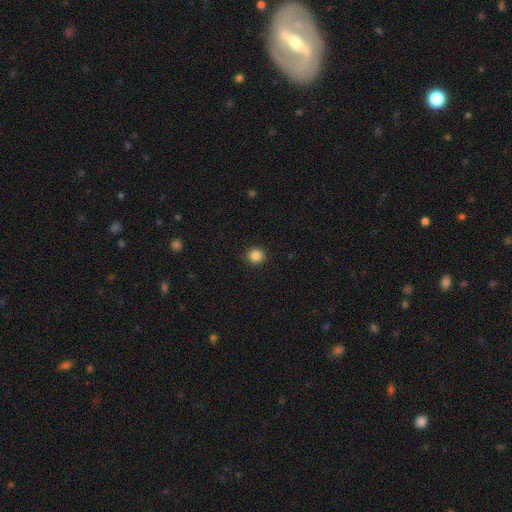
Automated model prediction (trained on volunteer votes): smooth 86%, star or artifact 10%, featured or disk 4%. Down the decision tree: how rounded — round (91%); merging — none (92%).